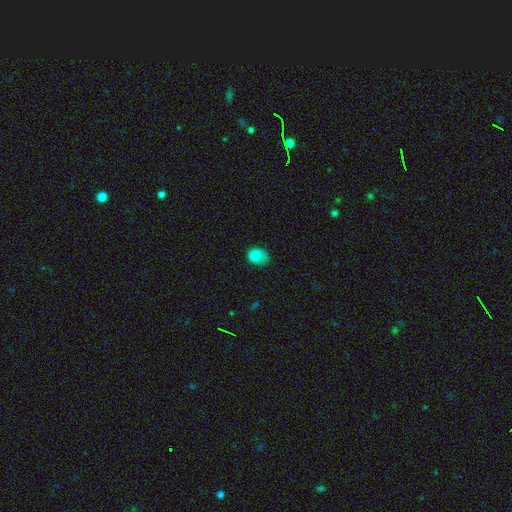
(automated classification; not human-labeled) Q: Smooth or featured?
A: smooth (83%); runner-up: star or artifact (11%)
Q: How rounded?
A: in between (63%); runner-up: round (36%)
Q: Merging?
A: none (47%); runner-up: minor disturbance (36%)